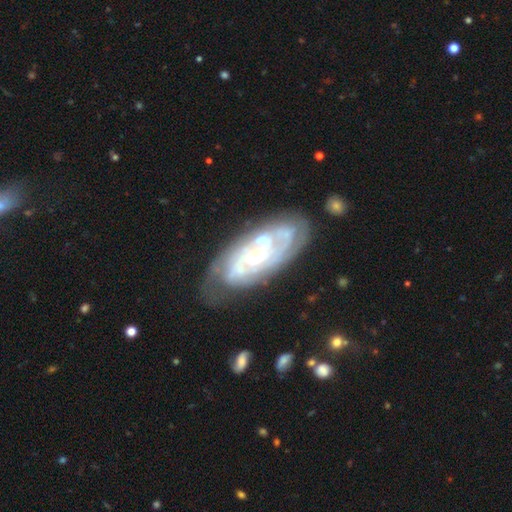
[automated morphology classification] A featured or disk galaxy (85%) with no bar (73%), tight (73%) spiral arms (93%) and a small central bulge (56%).

Vote fractions:
- Smooth or featured? featured or disk: 85% / smooth: 9% / star or artifact: 5%
- Edge-on disk? no: 93% / yes: 7%
- Bar? no: 73% / weak: 20% / strong: 7%
- Spiral arms? yes: 93% / no: 7%
- Spiral winding? tight: 73% / medium: 22% / loose: 5%
- Spiral arm count? can't tell: 38% / 2: 23% / 3: 19% / 4: 11% / more than 4: 5% / 1: 5%
- Bulge size? small: 56% / moderate: 40% / large: 2% / none: 1% / dominant: 1%
- Merging? none: 71% / minor disturbance: 19% / major disturbance: 7% / merger: 3%